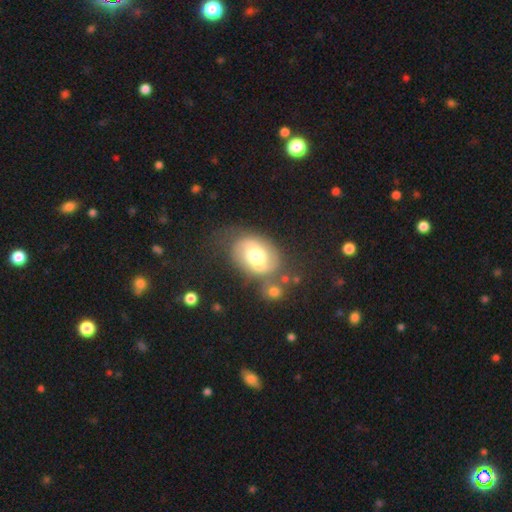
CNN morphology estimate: smooth_or_featured: featured or disk (p=0.46) [tied with: smooth p=0.46]
merging: none (p=0.53) [alt: minor disturbance p=0.22]